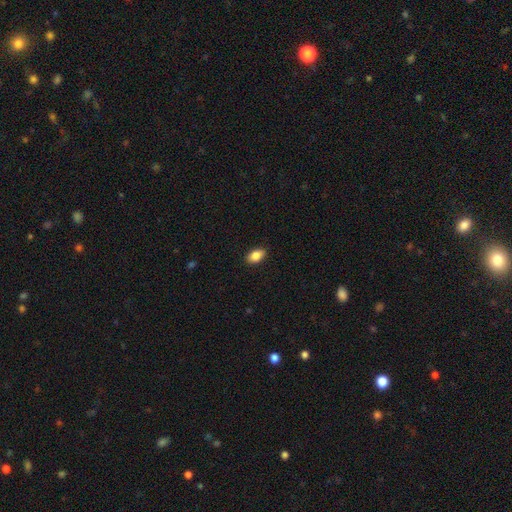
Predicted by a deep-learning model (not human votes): Smooth or featured?
  - smooth: 86% *
  - star or artifact: 8%
  - featured or disk: 6%
How rounded?
  - in between: 90% *
  - round: 8%
  - cigar-shaped: 2%
Merging?
  - none: 89% *
  - minor disturbance: 8%
  - major disturbance: 2%
  - merger: 1%